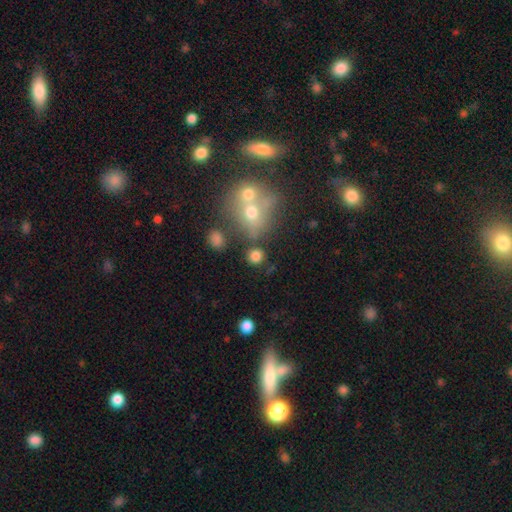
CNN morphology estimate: smooth_or_featured: smooth (p=0.78) [alt: star or artifact p=0.13]
how_rounded: round (p=0.85) [alt: in between p=0.14]
merging: none (p=0.70) [alt: merger p=0.16]